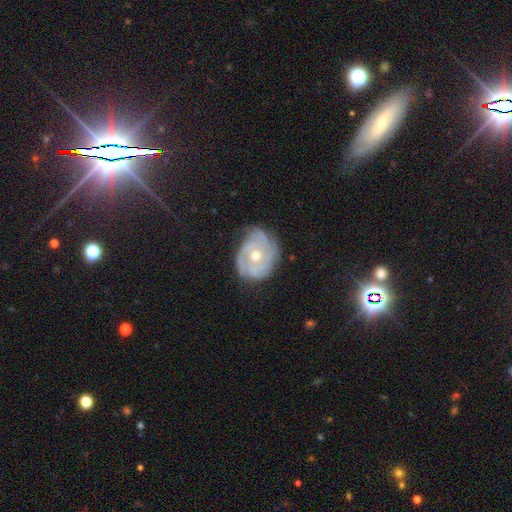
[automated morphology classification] Smooth or featured?
  - featured or disk: 84% *
  - star or artifact: 8%
  - smooth: 8%
Edge-on disk?
  - no: 98% *
  - yes: 2%
Bar?
  - no: 78% *
  - weak: 18%
  - strong: 5%
Spiral arms?
  - yes: 94% *
  - no: 6%
Spiral winding?
  - tight: 71% *
  - medium: 24%
  - loose: 5%
Spiral arm count?
  - 3: 35% *
  - can't tell: 24%
  - 2: 16%
  - 4: 12%
  - more than 4: 7%
  - 1: 7%
Bulge size?
  - moderate: 71% *
  - small: 25%
  - large: 2%
  - none: 1%
  - dominant: 1%
Merging?
  - none: 71% *
  - minor disturbance: 21%
  - major disturbance: 7%
  - merger: 1%